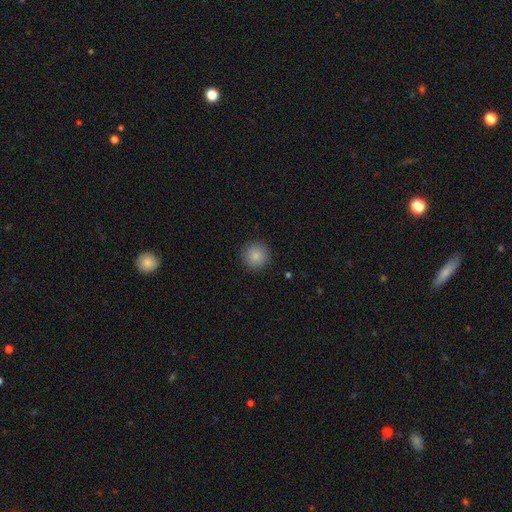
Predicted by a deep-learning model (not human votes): This appears to be a smooth galaxy with no disk features (86%) that is round (95%). Merging: none (91%).